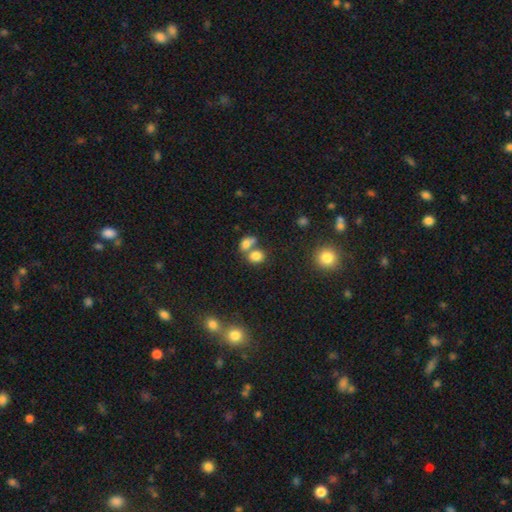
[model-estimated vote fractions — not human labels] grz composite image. It shows a smooth galaxy with no disk features (79%) that is in between round and cigar-shaped (54%). Merging: merger (48%).